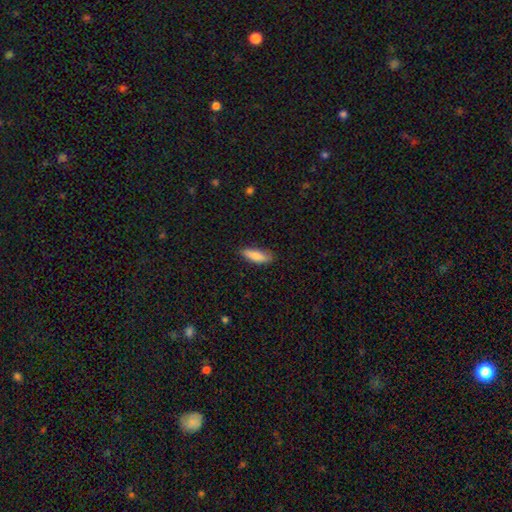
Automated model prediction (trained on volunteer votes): Smooth or featured? Predicted: smooth (p=0.86). How rounded? Predicted: in between (p=0.56). Merging? Predicted: none (p=0.79).